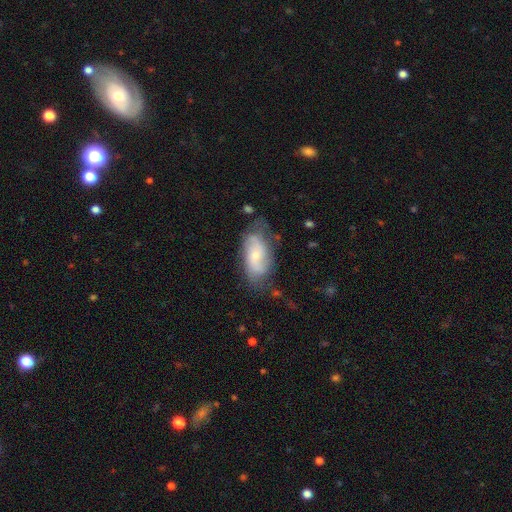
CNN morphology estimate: Smooth or featured?
  - featured or disk: 59% *
  - smooth: 34%
  - star or artifact: 7%
Edge-on disk?
  - no: 93% *
  - yes: 7%
Bar?
  - no: 63% *
  - weak: 29%
  - strong: 8%
Spiral arms?
  - yes: 83% *
  - no: 17%
Bulge size?
  - small: 64% *
  - moderate: 30%
  - none: 3%
  - large: 2%
  - dominant: 1%
Merging?
  - none: 61% *
  - minor disturbance: 26%
  - major disturbance: 11%
  - merger: 3%